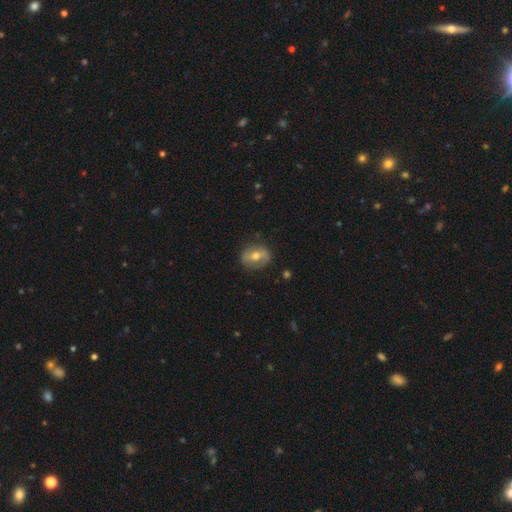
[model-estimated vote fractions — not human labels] This appears to be a smooth galaxy with no disk features (48%). Merging: none (78%).